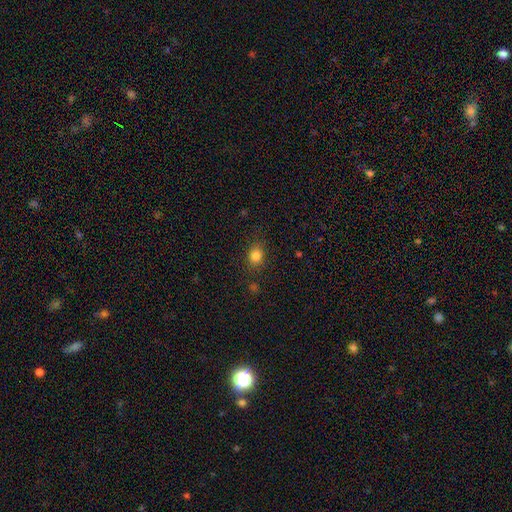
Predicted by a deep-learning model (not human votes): smooth_or_featured: smooth (p=0.83) [alt: star or artifact p=0.12]
how_rounded: round (p=0.50) [alt: in between p=0.49]
merging: none (p=0.81) [alt: minor disturbance p=0.12]